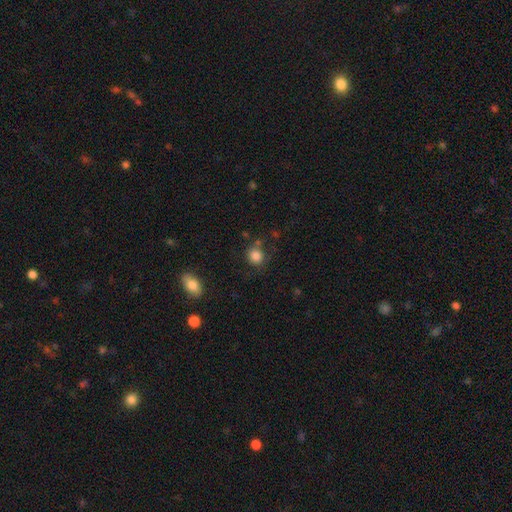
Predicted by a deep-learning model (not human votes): Q: Smooth or featured?
A: smooth (85%); runner-up: star or artifact (10%)
Q: How rounded?
A: round (84%); runner-up: in between (15%)
Q: Merging?
A: none (76%); runner-up: minor disturbance (13%)